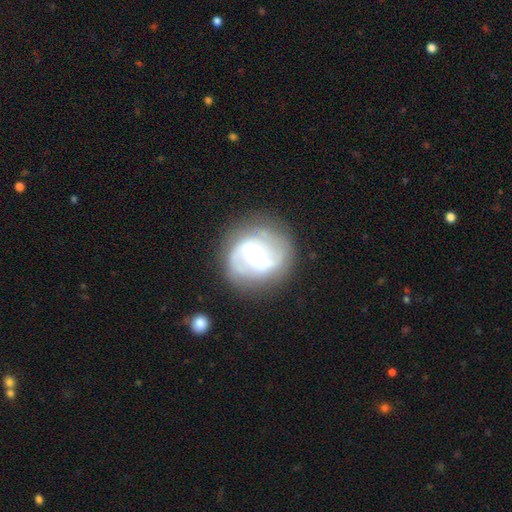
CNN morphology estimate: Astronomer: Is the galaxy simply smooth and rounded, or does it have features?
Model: featured or disk — 73%.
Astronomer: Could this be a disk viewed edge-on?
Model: no — 97%.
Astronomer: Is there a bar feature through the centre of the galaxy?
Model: no — 57%.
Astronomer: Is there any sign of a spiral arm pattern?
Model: yes — 81%.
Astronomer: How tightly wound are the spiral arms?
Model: medium — 40% (runner-up: tight, 38%).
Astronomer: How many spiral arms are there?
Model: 2 — 64%.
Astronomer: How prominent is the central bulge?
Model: moderate — 69%.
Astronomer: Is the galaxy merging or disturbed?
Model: none — 72%.